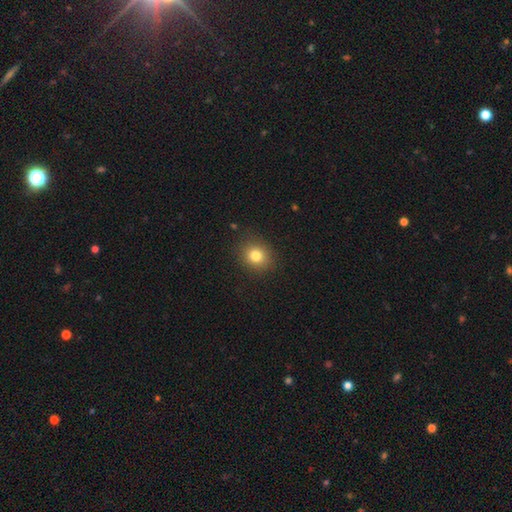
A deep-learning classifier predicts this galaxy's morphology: smooth-or-featured: smooth: 80% | star or artifact: 12% | featured or disk: 8%
  how-rounded: round: 74% | in between: 25% | cigar-shaped: 1%
  merging: none: 87% | minor disturbance: 9% | major disturbance: 3% | merger: 1%